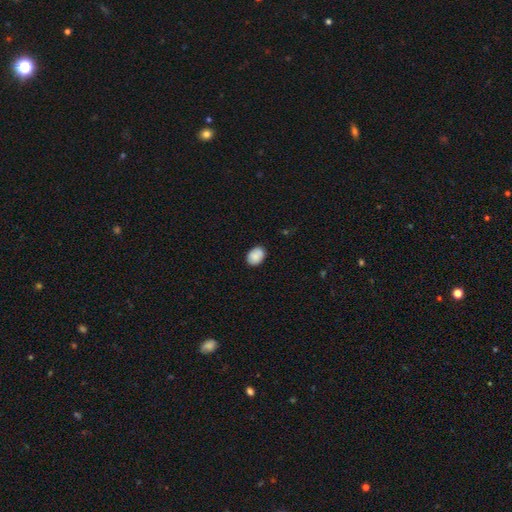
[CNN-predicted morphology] This is clearly a smooth galaxy (86%). How rounded: likely in between (66%). Merging: clearly none (85%).